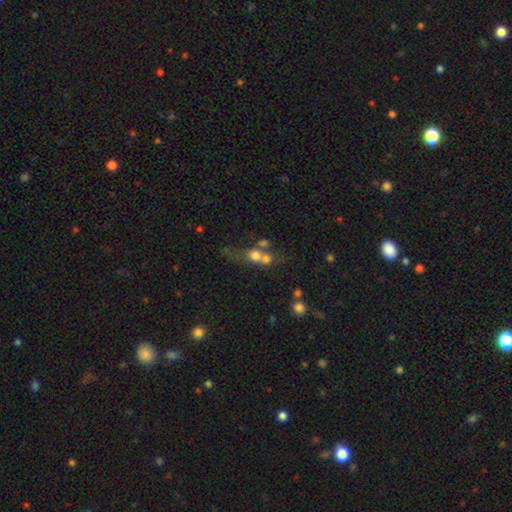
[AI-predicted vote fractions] A smooth galaxy with no disk features (63%) that is round (74%). Merging: merger (57%).